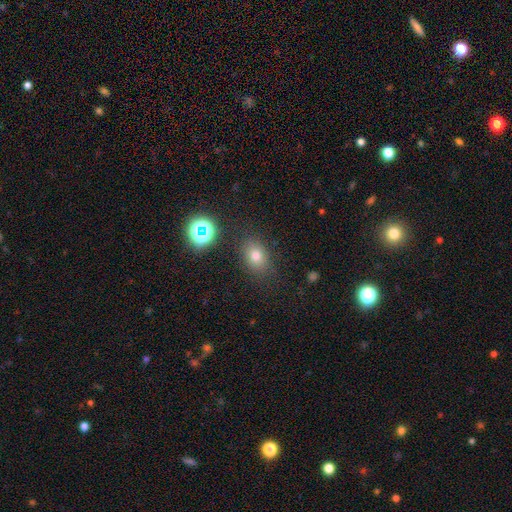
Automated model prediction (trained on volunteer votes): This appears to be a smooth galaxy with no disk features (73%) that is in between round and cigar-shaped (64%). Merging: none (82%).